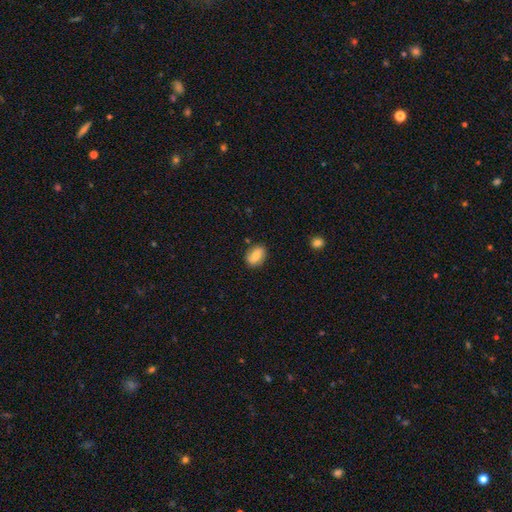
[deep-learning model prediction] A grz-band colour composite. It shows a smooth galaxy with no disk features (70%) that is in between round and cigar-shaped (76%). Merging: none (78%).